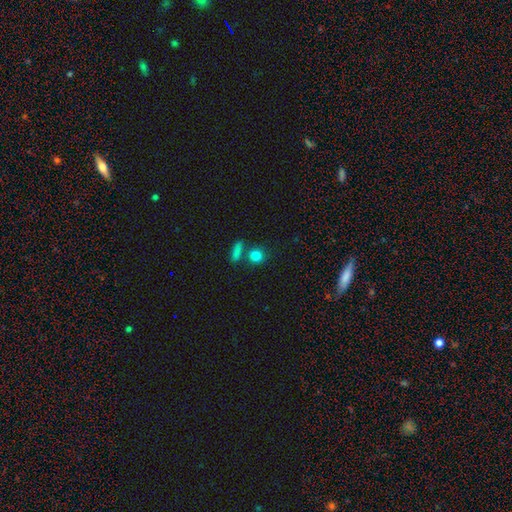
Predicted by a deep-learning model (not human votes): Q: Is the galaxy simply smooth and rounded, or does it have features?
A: smooth — 83%.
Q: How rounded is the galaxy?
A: round — 80%.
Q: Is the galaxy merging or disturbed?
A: none — 69%.